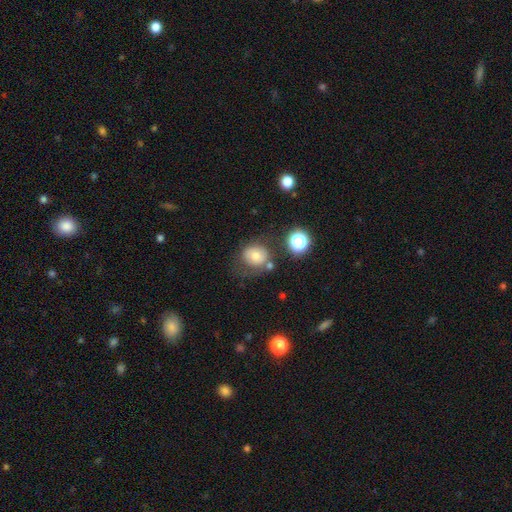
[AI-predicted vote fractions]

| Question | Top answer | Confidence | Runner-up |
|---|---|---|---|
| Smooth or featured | smooth | 67% | featured or disk (19%) |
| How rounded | round | 75% | in between (25%) |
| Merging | none | 59% | minor disturbance (20%) |